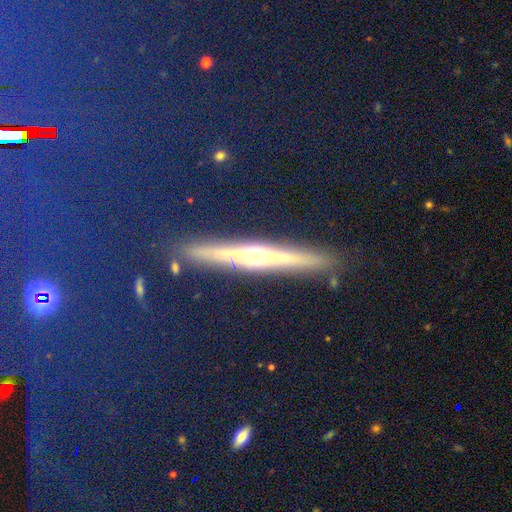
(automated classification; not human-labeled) featured or disk 49%, star or artifact 30%, smooth 21%. Down the decision tree: merging — none (89%).